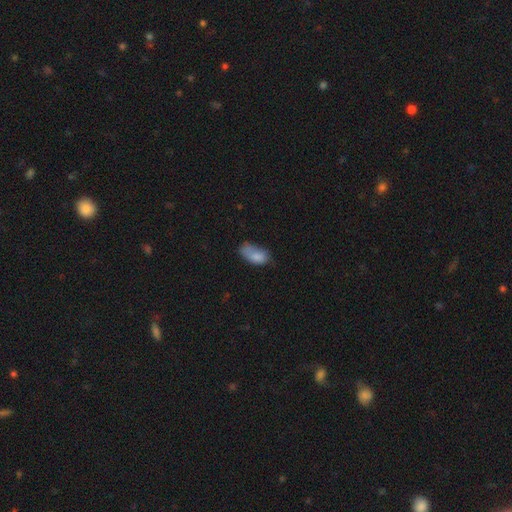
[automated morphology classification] A smooth galaxy with no disk features (80%) that is in between round and cigar-shaped (91%).

Vote fractions:
- Smooth or featured? smooth: 80% / featured or disk: 12% / star or artifact: 9%
- How rounded? in between: 91% / cigar-shaped: 5% / round: 4%
- Merging? none: 38% / minor disturbance: 36% / major disturbance: 18% / merger: 8%